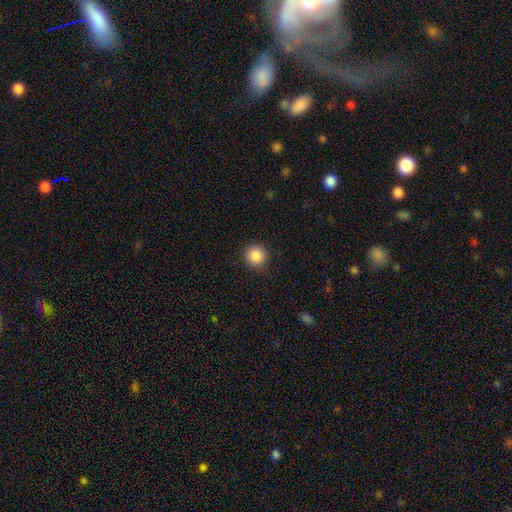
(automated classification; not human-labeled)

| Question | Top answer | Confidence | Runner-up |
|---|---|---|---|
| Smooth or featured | smooth | 88% | star or artifact (9%) |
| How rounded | round | 94% | in between (5%) |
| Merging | none | 90% | minor disturbance (7%) |